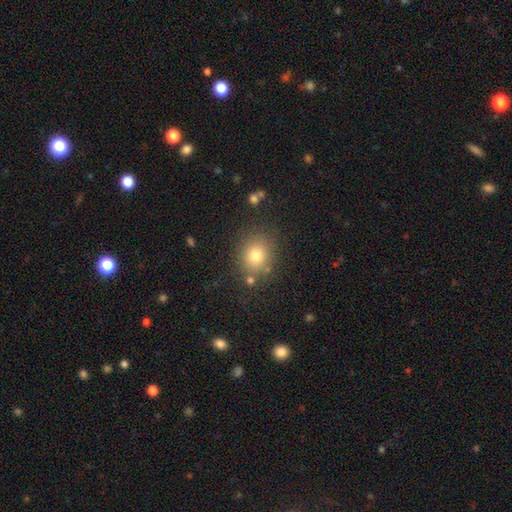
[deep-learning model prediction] smooth-or-featured: smooth: 77% | star or artifact: 14% | featured or disk: 9%
  how-rounded: round: 74% | in between: 26% | cigar-shaped: 1%
  merging: none: 78% | minor disturbance: 11% | merger: 6% | major disturbance: 5%